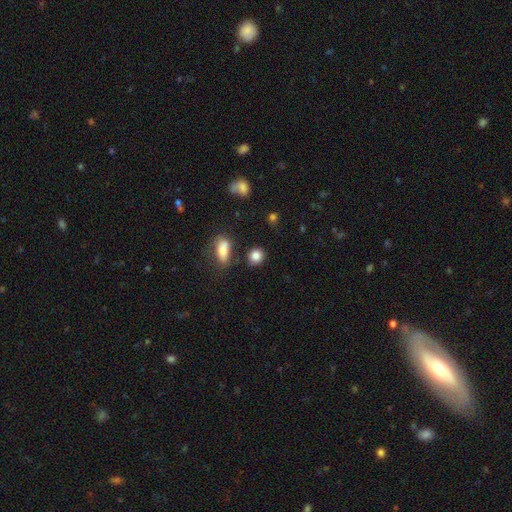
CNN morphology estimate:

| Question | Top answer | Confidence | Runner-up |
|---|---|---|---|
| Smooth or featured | smooth | 85% | star or artifact (10%) |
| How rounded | round | 72% | in between (26%) |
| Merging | none | 79% | minor disturbance (12%) |